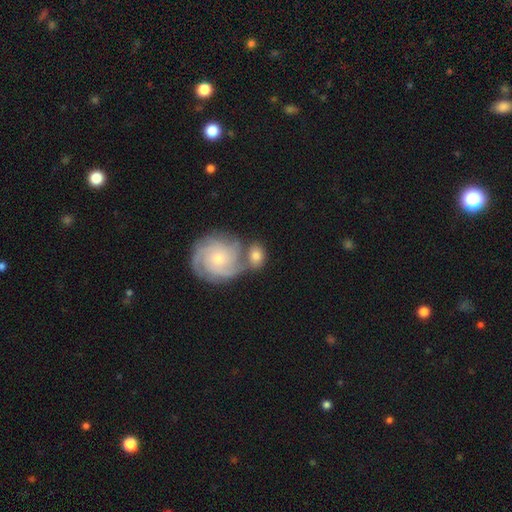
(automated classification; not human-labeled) Overall: smooth (48%; featured or disk 44%). Merging: none (48%; merger 35%).